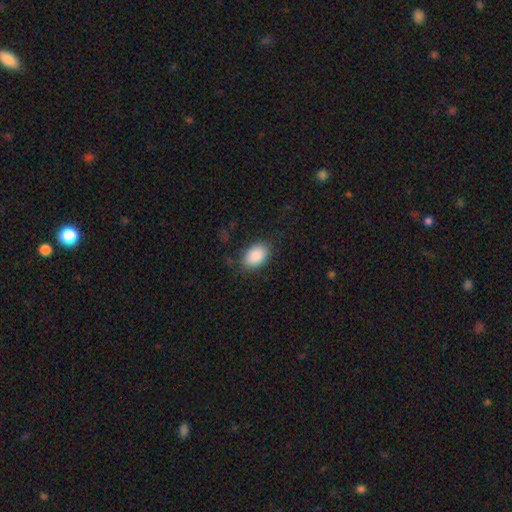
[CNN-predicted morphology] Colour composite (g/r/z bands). It shows a smooth galaxy with no disk features (89%) that is in between round and cigar-shaped (86%). Merging: none (79%).